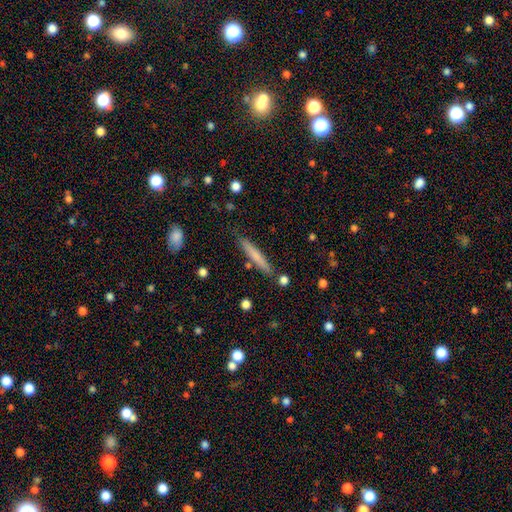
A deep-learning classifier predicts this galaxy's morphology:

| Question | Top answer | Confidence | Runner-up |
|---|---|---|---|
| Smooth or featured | smooth | 69% | featured or disk (25%) |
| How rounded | cigar-shaped | 94% | in between (4%) |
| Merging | none | 84% | minor disturbance (11%) |